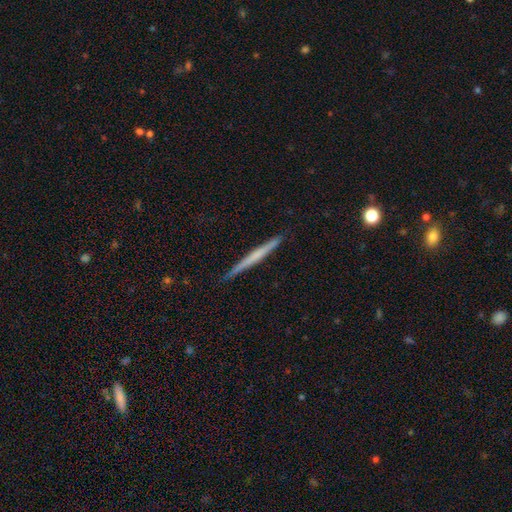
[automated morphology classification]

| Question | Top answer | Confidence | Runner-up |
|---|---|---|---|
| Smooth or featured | featured or disk | 50% | smooth (45%) |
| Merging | none | 90% | minor disturbance (7%) |